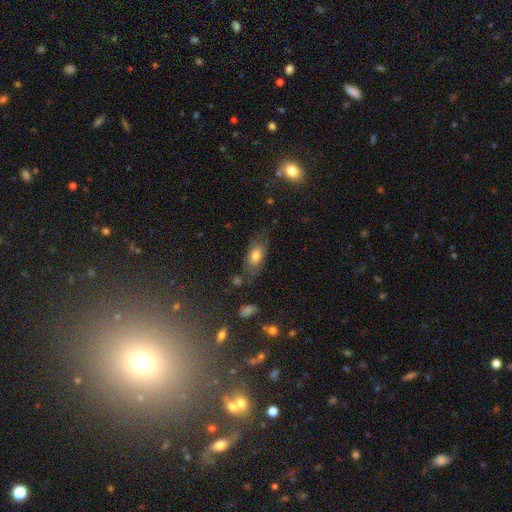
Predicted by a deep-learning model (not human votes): Smooth or featured? Predicted: smooth (p=0.69). How rounded? Predicted: in between (p=0.84). Merging? Predicted: none (p=0.66).